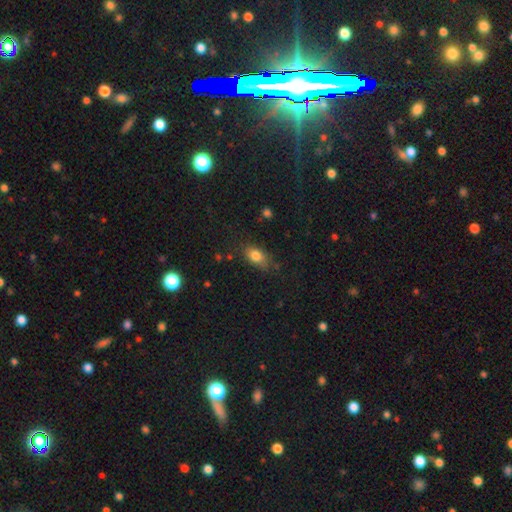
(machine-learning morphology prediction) type=smooth (81%); roundness=in between (84%); merging=none (71%).